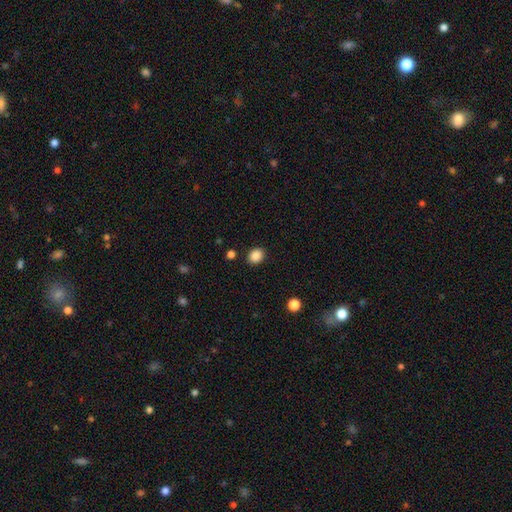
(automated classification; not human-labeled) Smooth or featured? smooth (88%)
How rounded? round (57%)
Merging? none (88%)